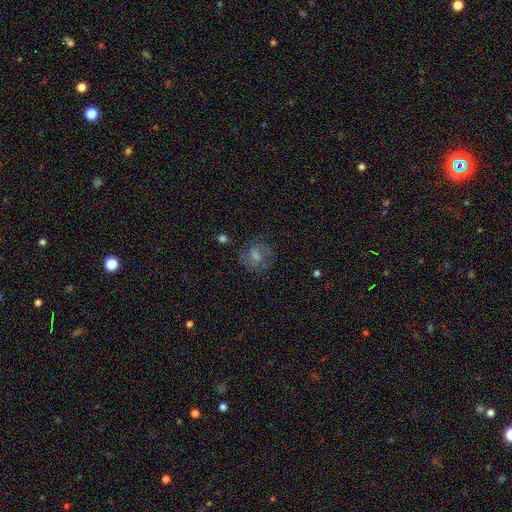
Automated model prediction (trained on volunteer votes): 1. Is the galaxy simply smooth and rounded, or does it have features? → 48% smooth, 42% featured or disk, 11% star or artifact.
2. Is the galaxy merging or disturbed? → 63% none, 20% minor disturbance, 14% major disturbance, 3% merger.